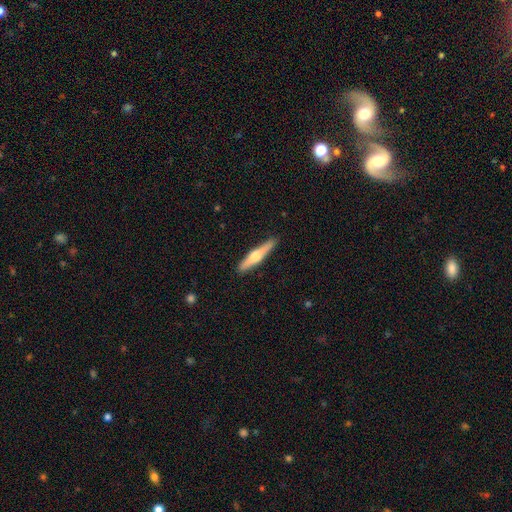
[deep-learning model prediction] This appears to be a featured or disk galaxy (56%) viewed edge-on (96%) with a rounded central bulge (92%). Merging: none (90%).